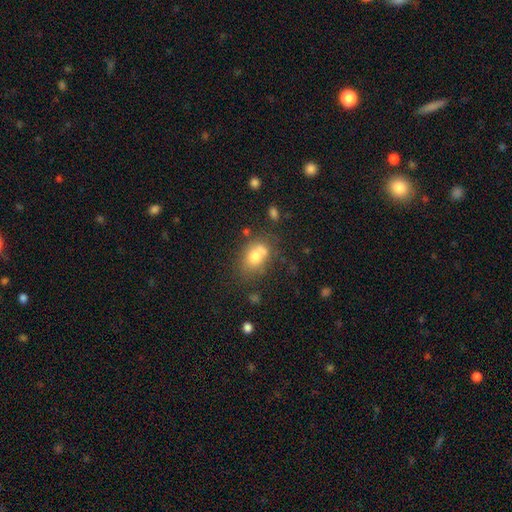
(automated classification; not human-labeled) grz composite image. It shows a smooth galaxy with no disk features (71%) that is in between round and cigar-shaped (69%). Merging: none (44%).